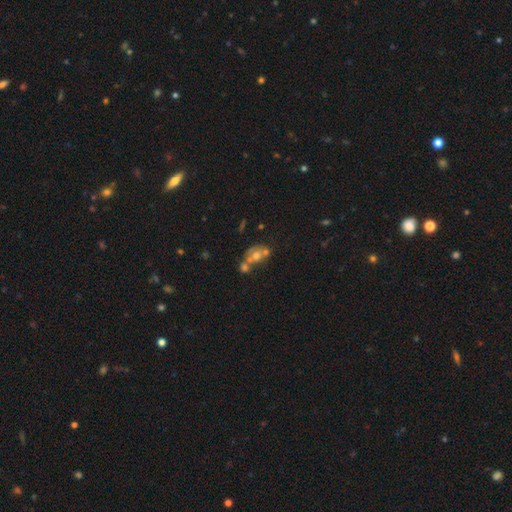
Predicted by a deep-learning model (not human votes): Smooth or featured?
  - smooth: 48% *
  - featured or disk: 36%
  - star or artifact: 16%
Merging?
  - merger: 51% *
  - none: 30%
  - minor disturbance: 11%
  - major disturbance: 8%